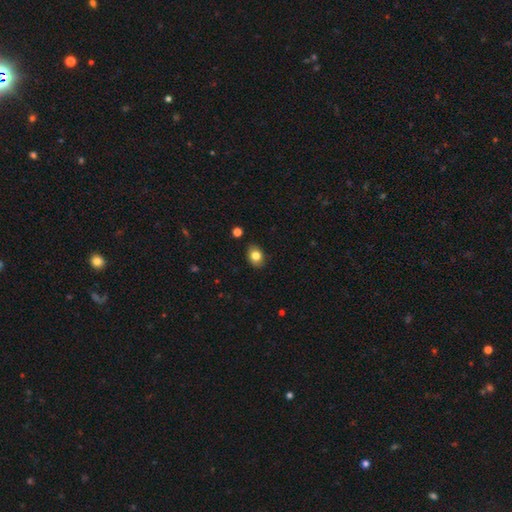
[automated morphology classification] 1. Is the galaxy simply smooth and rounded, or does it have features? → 80% smooth, 11% featured or disk, 9% star or artifact.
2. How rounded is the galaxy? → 71% in between, 28% round, 1% cigar-shaped.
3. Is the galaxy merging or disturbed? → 86% none, 11% minor disturbance, 2% major disturbance, 1% merger.